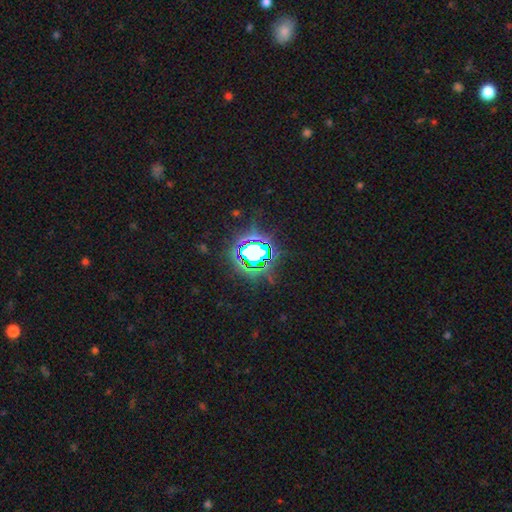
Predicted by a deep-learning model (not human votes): Smooth or featured: star or artifact — 74% (smooth — 15%)